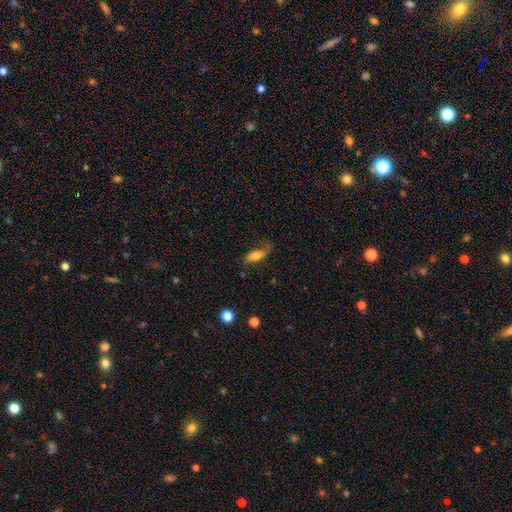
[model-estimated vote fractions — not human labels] smooth-or-featured: smooth: 65% | featured or disk: 27% | star or artifact: 8%
  how-rounded: in between: 83% | cigar-shaped: 13% | round: 4%
  merging: none: 54% | minor disturbance: 28% | major disturbance: 16% | merger: 2%